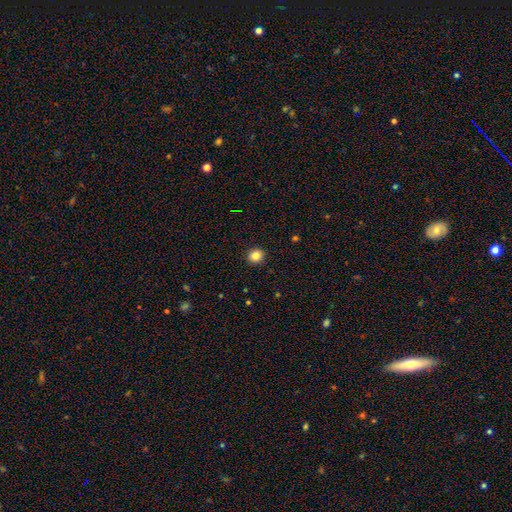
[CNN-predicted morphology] type=smooth (83%); roundness=round (81%); merging=none (92%).